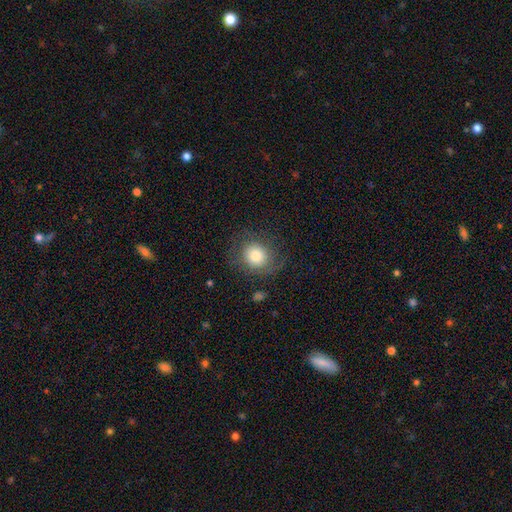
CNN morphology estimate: smooth 73%, featured or disk 18%, star or artifact 9%. Down the decision tree: how rounded — round (80%); merging — none (72%).